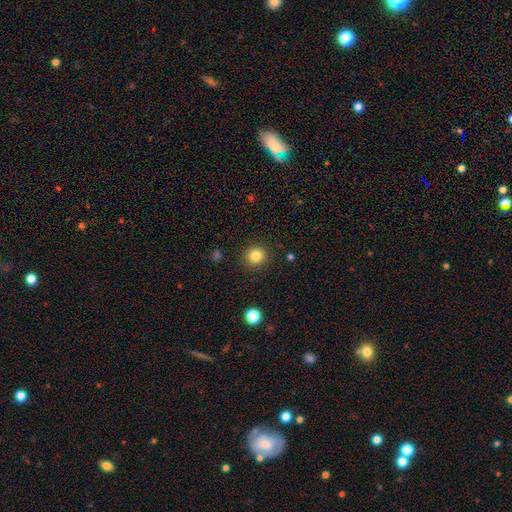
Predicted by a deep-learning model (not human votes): This is clearly a smooth galaxy (83%). How rounded: clearly round (92%). Merging: clearly none (91%).